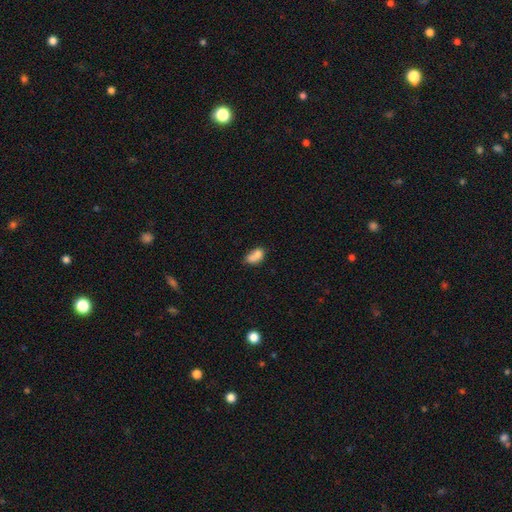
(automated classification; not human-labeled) This is likely a smooth galaxy (75%). How rounded: clearly in between (80%). Merging: marginally merger (40%).